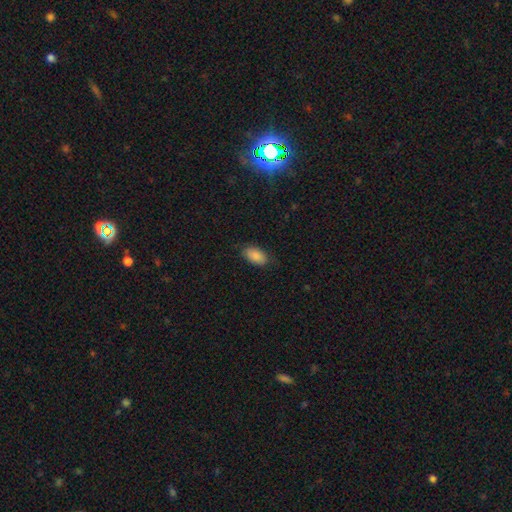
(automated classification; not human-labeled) A smooth galaxy with no disk features (87%) that is in between round and cigar-shaped (94%).

Vote fractions:
- Smooth or featured? smooth: 87% / star or artifact: 7% / featured or disk: 6%
- How rounded? in between: 94% / round: 4% / cigar-shaped: 2%
- Merging? none: 80% / minor disturbance: 15% / major disturbance: 3% / merger: 1%